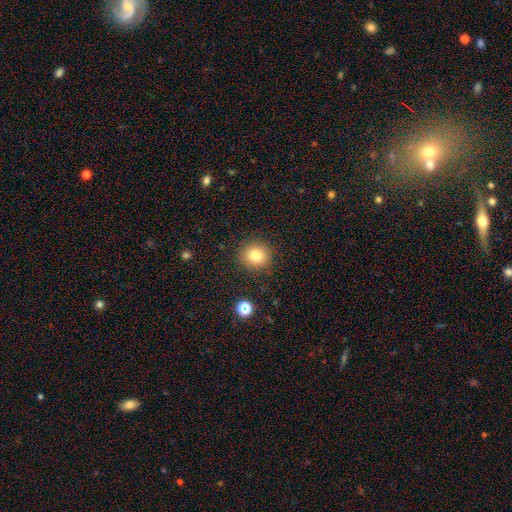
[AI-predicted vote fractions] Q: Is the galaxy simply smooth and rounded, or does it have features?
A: smooth — 79%.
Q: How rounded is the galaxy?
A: round — 89%.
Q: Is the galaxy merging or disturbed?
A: none — 88%.